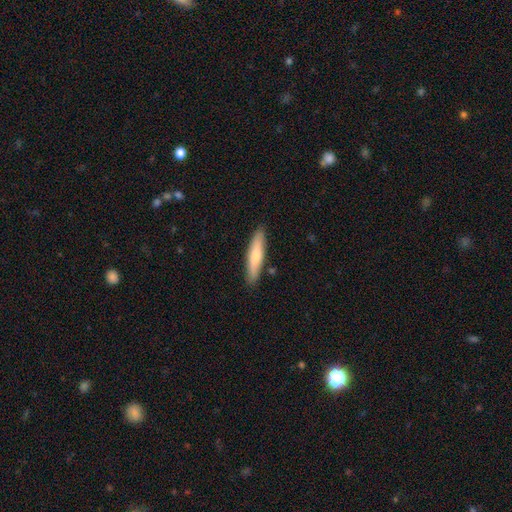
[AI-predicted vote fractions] This appears to be a smooth galaxy with no disk features (63%) that is cigar-shaped (82%). Merging: none (88%).